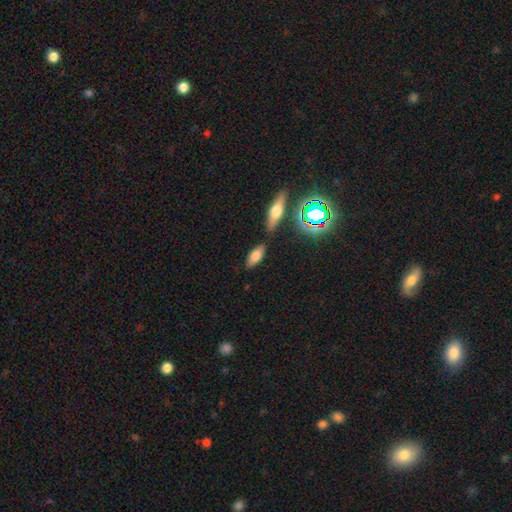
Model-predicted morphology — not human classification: Smooth or featured?
  - smooth: 72% *
  - featured or disk: 16%
  - star or artifact: 11%
How rounded?
  - in between: 80% *
  - cigar-shaped: 17%
  - round: 3%
Merging?
  - none: 76% *
  - minor disturbance: 13%
  - merger: 8%
  - major disturbance: 3%